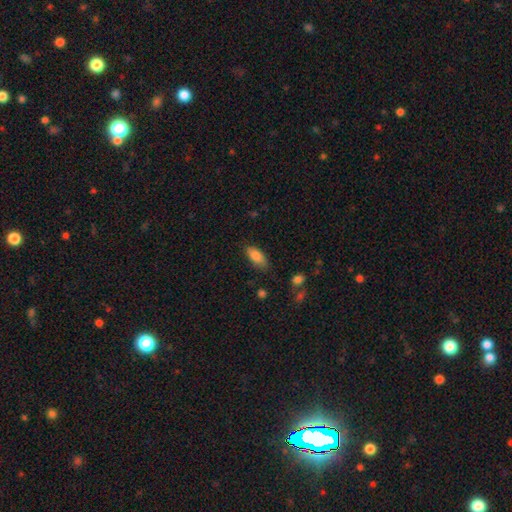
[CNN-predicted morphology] This appears to be a smooth galaxy with no disk features (84%) that is in between round and cigar-shaped (86%). Merging: none (75%).